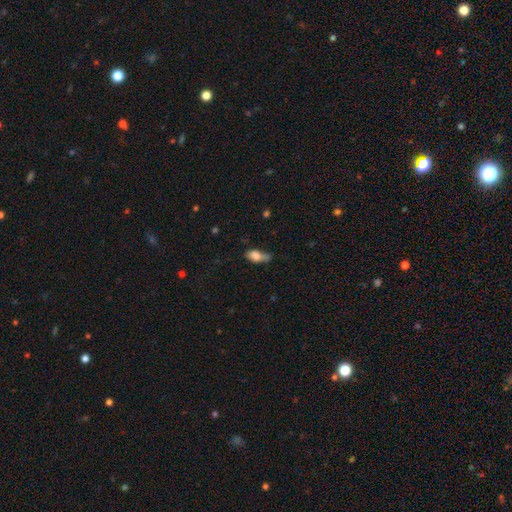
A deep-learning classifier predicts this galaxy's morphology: A smooth galaxy with no disk features (75%) that is in between round and cigar-shaped (82%).

Vote fractions:
- Smooth or featured? smooth: 75% / featured or disk: 16% / star or artifact: 9%
- How rounded? in between: 82% / cigar-shaped: 11% / round: 7%
- Merging? minor disturbance: 39% / none: 31% / major disturbance: 22% / merger: 8%